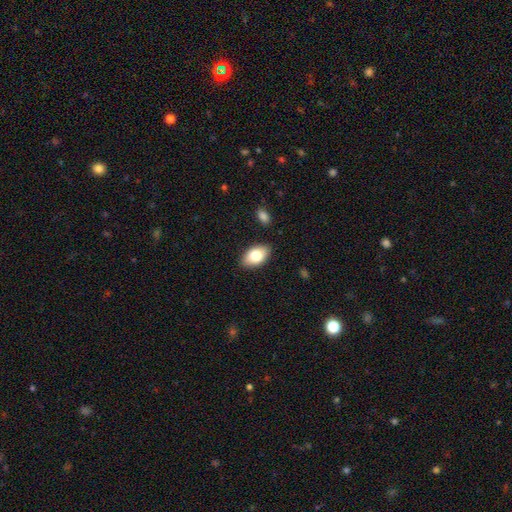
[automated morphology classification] Smooth or featured: smooth — 79% (featured or disk — 14%)
How rounded: in between — 92% (round — 6%)
Merging: none — 86% (minor disturbance — 10%)